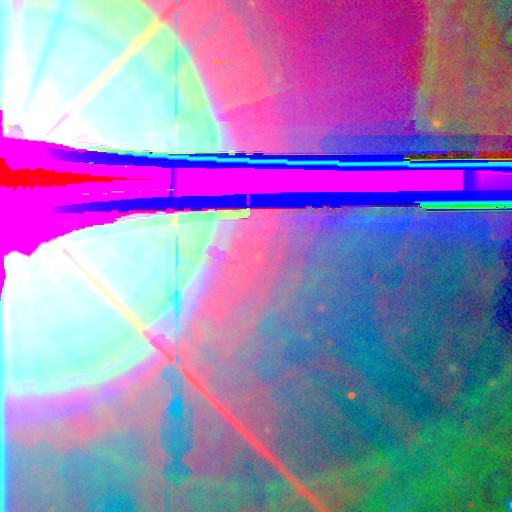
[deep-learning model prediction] Overall: star or artifact (87%).